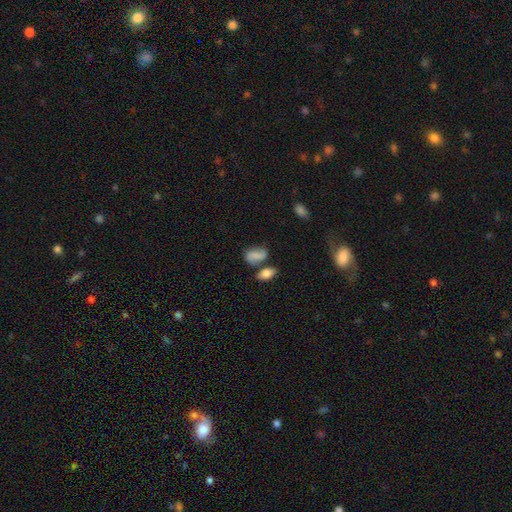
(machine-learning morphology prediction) Smooth or featured?
  - smooth: 58% *
  - featured or disk: 31%
  - star or artifact: 11%
How rounded?
  - in between: 82% *
  - round: 14%
  - cigar-shaped: 4%
Merging?
  - none: 44% *
  - merger: 28%
  - minor disturbance: 19%
  - major disturbance: 9%